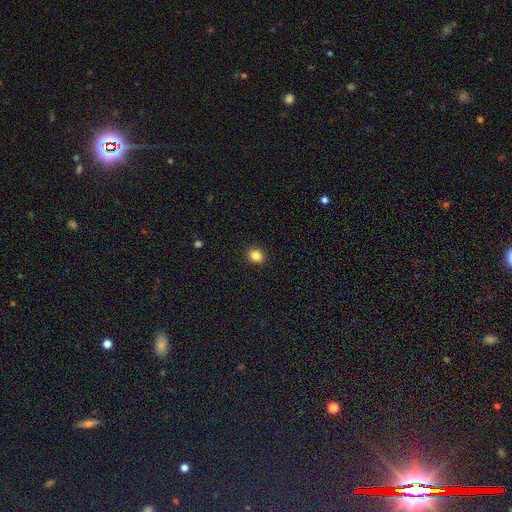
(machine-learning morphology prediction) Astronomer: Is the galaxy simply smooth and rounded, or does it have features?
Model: smooth — 85%.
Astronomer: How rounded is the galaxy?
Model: round — 71%.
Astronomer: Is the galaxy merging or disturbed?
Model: none — 91%.